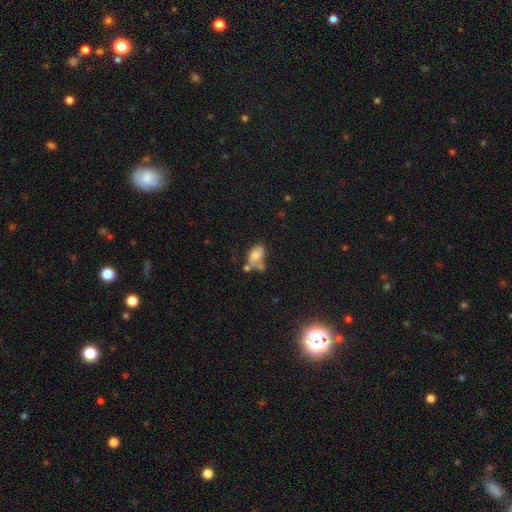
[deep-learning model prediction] Morphology: type=smooth (67%); roundness=in between (88%); merging=merger (34%).